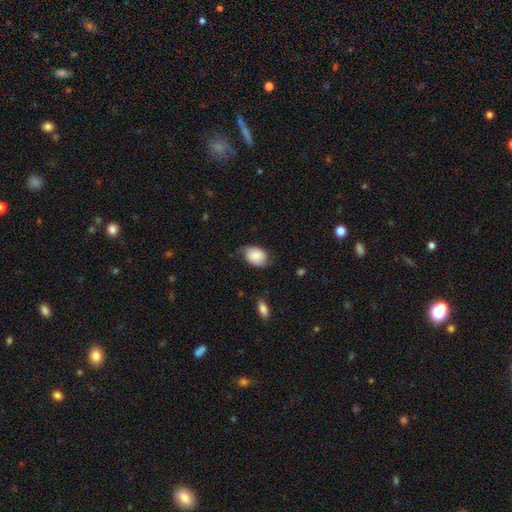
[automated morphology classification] This is likely a smooth galaxy (75%). How rounded: clearly in between (80%). Merging: likely none (63%).